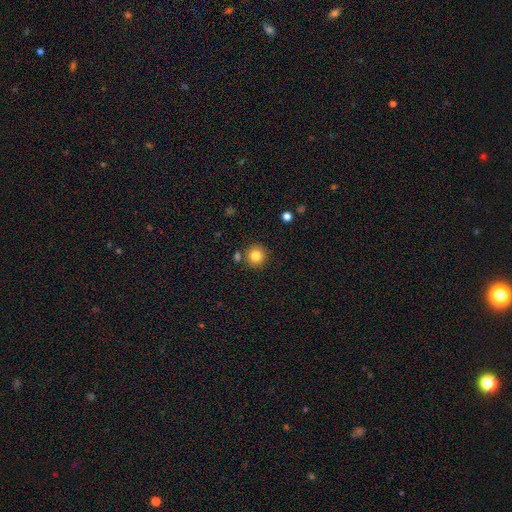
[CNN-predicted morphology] This is clearly a smooth galaxy (83%). How rounded: clearly round (94%). Merging: clearly none (83%).